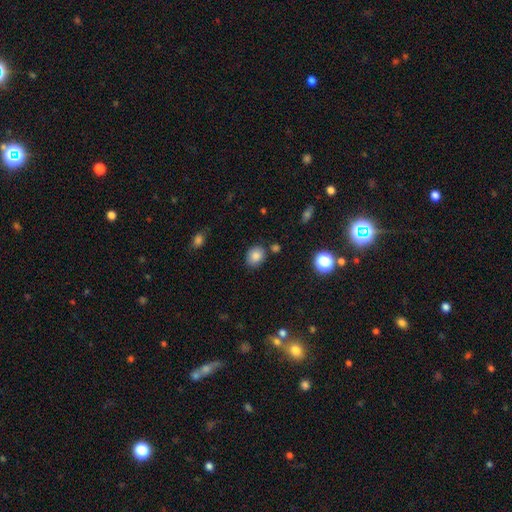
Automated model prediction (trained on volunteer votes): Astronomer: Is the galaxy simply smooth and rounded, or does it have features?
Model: smooth — 83%.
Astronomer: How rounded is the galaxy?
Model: in between — 50% (runner-up: round, 49%).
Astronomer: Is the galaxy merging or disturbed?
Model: none — 79%.